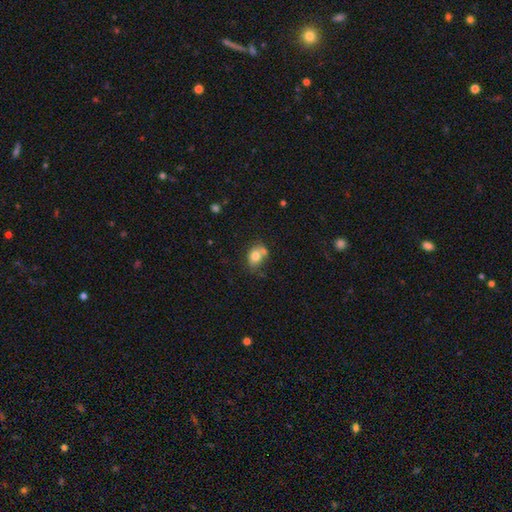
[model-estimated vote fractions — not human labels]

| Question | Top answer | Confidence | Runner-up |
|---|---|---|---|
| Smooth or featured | smooth | 74% | featured or disk (16%) |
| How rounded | in between | 58% | round (41%) |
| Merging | none | 43% | merger (30%) |